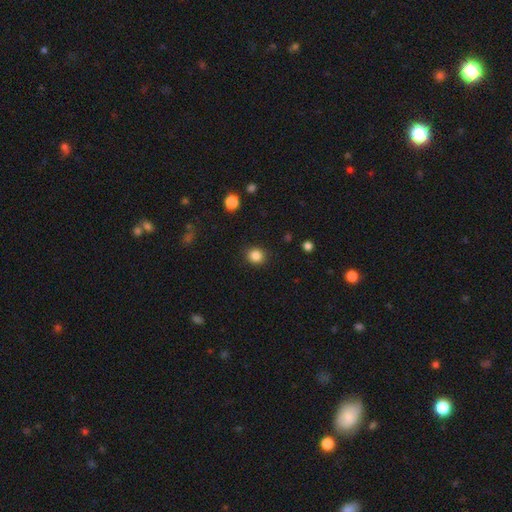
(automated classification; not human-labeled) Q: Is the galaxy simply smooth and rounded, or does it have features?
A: smooth — 86%.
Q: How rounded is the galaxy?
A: round — 85%.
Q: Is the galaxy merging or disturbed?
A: none — 90%.